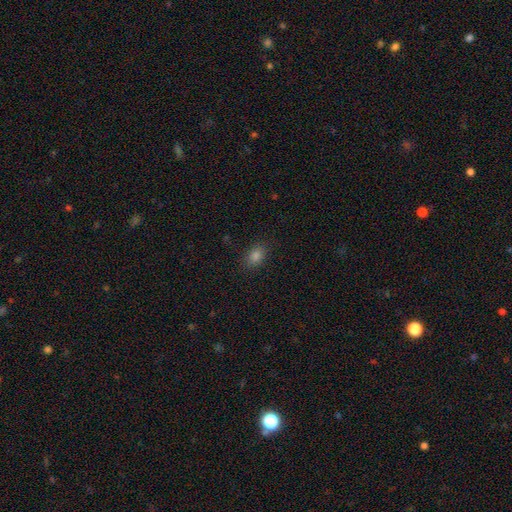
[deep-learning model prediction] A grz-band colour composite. It shows a smooth galaxy with no disk features (80%) that is in between round and cigar-shaped (77%). Merging: none (86%).